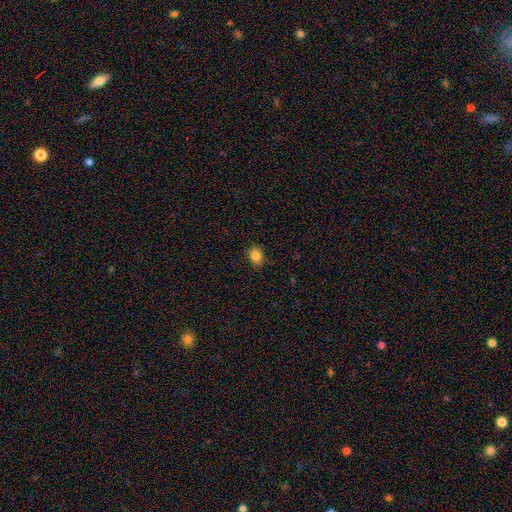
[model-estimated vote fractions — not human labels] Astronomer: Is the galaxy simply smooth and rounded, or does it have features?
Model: smooth — 85%.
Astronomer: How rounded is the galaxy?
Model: in between — 54% (runner-up: round, 45%).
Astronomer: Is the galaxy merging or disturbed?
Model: none — 86%.